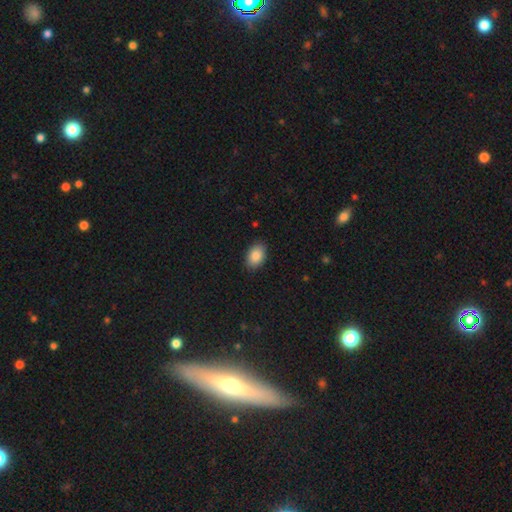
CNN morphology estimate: A smooth galaxy with no disk features (87%) that is in between round and cigar-shaped (87%). Merging: none (88%).